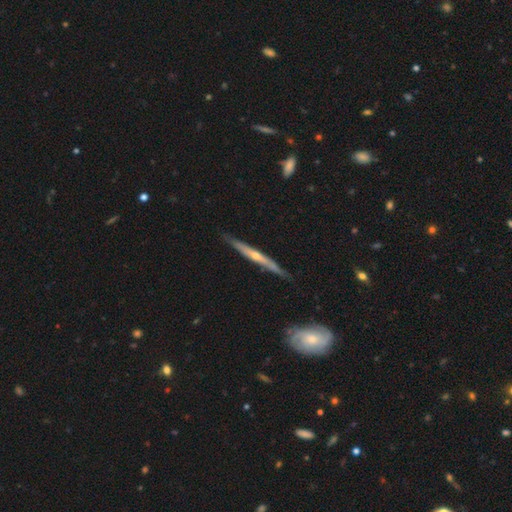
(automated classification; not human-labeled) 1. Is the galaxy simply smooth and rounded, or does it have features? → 75% featured or disk, 20% smooth, 5% star or artifact.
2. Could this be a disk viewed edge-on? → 95% yes, 5% no.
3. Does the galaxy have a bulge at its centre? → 71% rounded, 25% none, 3% boxy.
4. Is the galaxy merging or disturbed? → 82% none, 14% minor disturbance, 2% major disturbance, 2% merger.